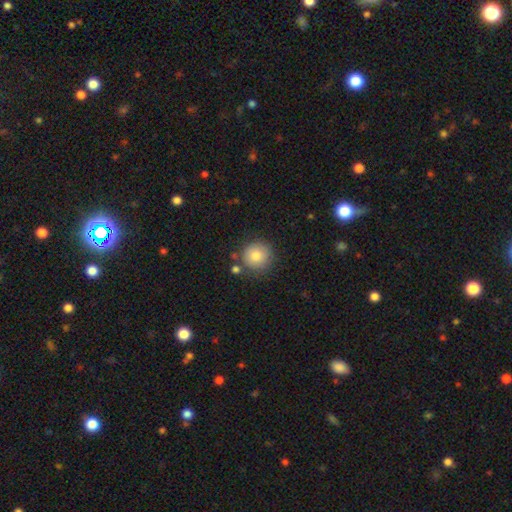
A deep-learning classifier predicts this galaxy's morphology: Q: Smooth or featured?
A: smooth (82%); runner-up: star or artifact (9%)
Q: How rounded?
A: round (94%); runner-up: in between (5%)
Q: Merging?
A: none (80%); runner-up: minor disturbance (11%)